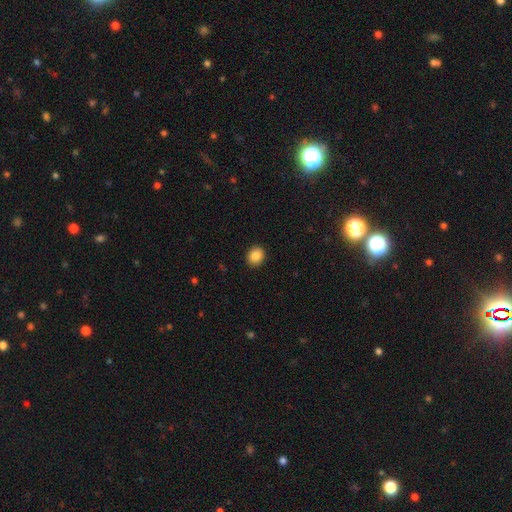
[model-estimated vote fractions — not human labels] This is clearly a smooth galaxy (87%). How rounded: likely round (65%). Merging: clearly none (91%).